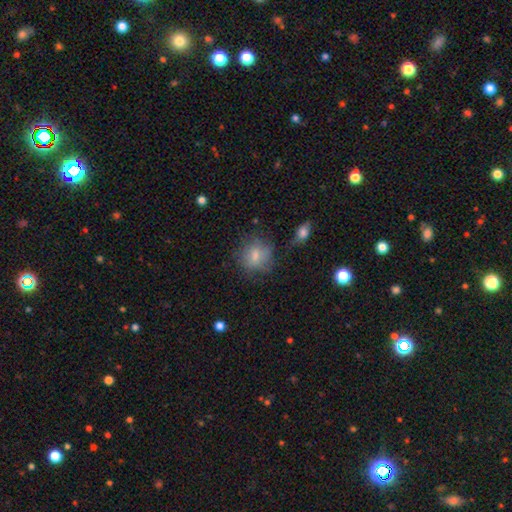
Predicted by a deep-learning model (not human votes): Smooth or featured: smooth — 75% (featured or disk — 15%)
How rounded: round — 67% (in between — 31%)
Merging: none — 66% (minor disturbance — 20%)